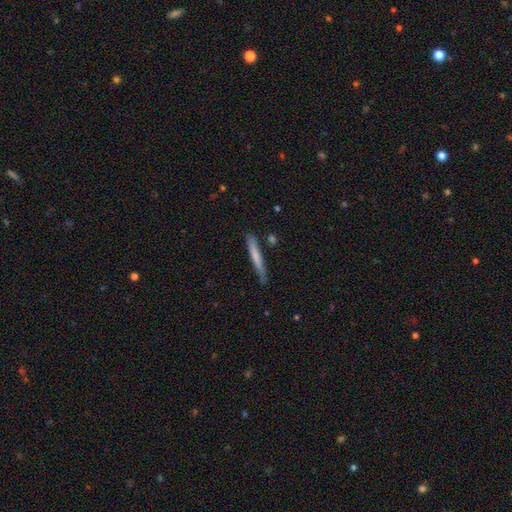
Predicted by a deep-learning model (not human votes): Morphology: type=smooth (66%); roundness=cigar-shaped (96%); merging=none (77%).